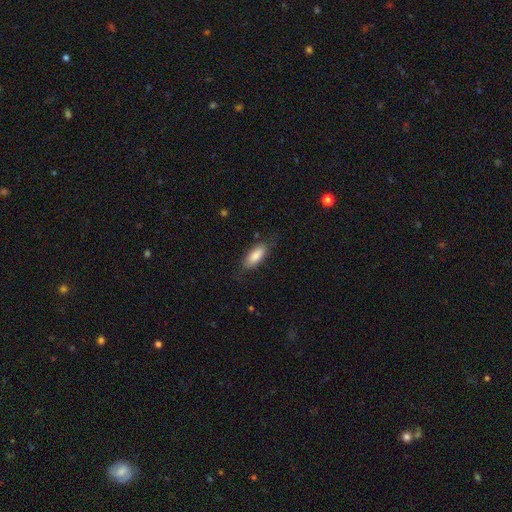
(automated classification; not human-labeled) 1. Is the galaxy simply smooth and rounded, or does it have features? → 83% smooth, 11% featured or disk, 6% star or artifact.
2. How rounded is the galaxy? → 76% in between, 22% cigar-shaped, 2% round.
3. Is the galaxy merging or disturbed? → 75% none, 18% minor disturbance, 5% major disturbance, 1% merger.